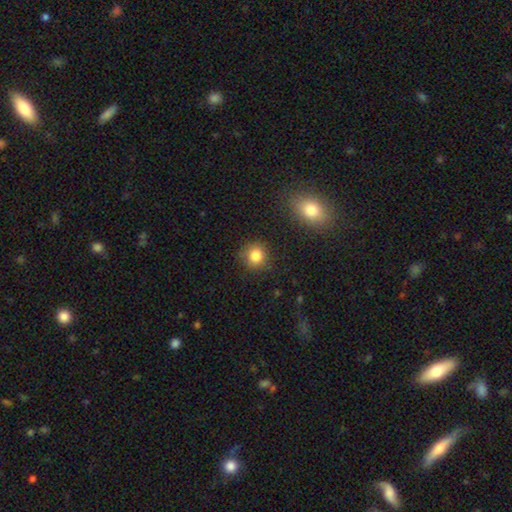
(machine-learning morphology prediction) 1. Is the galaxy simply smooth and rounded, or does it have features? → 83% smooth, 11% star or artifact, 6% featured or disk.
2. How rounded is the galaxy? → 87% round, 12% in between, 1% cigar-shaped.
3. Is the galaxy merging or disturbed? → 84% none, 11% minor disturbance, 3% major disturbance, 2% merger.